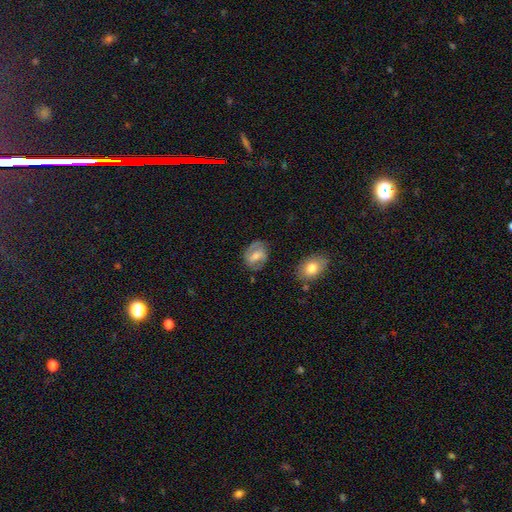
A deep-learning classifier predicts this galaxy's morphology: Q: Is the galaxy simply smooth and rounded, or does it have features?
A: featured or disk — 58%.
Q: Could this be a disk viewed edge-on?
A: no — 96%.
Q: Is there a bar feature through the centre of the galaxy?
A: weak — 47%.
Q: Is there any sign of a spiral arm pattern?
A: yes — 74%.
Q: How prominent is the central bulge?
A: moderate — 52%.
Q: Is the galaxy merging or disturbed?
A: none — 76%.